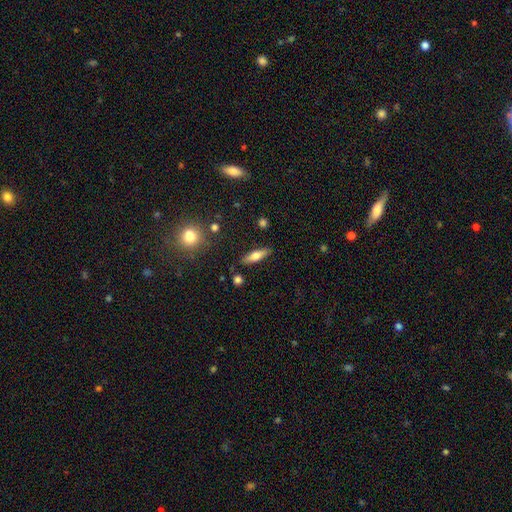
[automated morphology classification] smooth_or_featured: smooth (p=0.61) [alt: featured or disk p=0.32]
how_rounded: cigar-shaped (p=0.56) [alt: in between p=0.41]
merging: none (p=0.85) [alt: minor disturbance p=0.10]